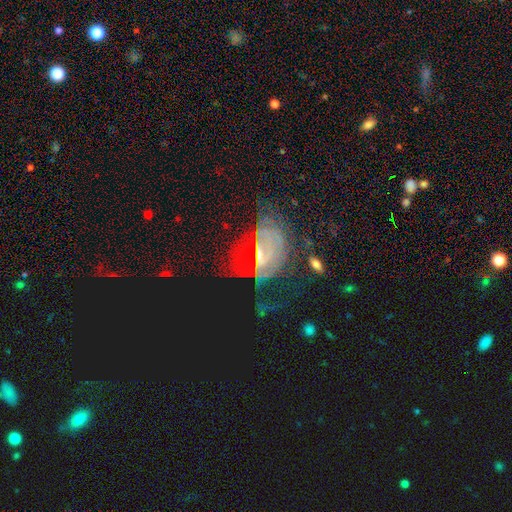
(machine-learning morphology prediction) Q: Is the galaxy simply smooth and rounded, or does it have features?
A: featured or disk — 43%.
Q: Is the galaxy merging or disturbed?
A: none — 47%.